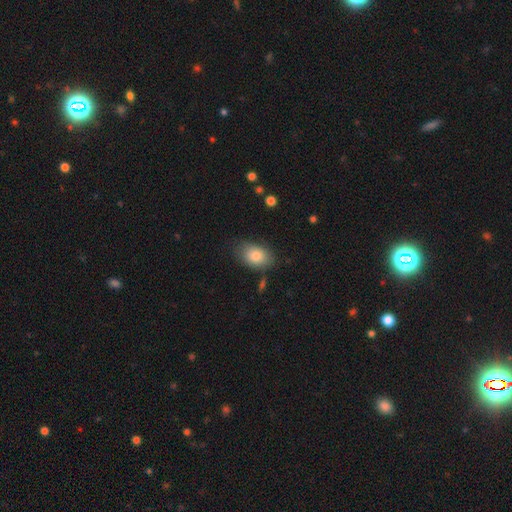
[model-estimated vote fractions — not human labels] Overall: smooth (83%). How rounded: in between (85%). Merging: none (74%).